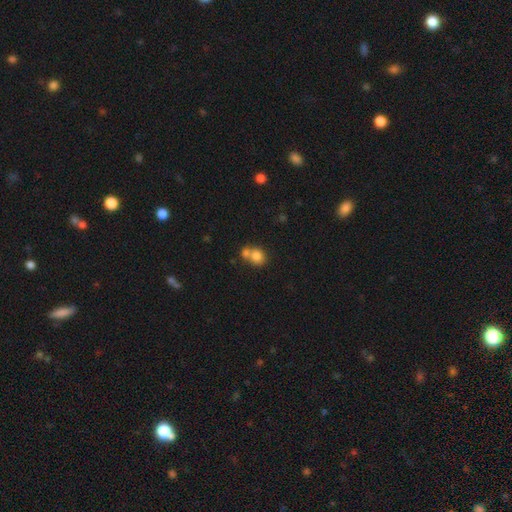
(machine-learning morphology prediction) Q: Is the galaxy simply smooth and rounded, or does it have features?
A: smooth — 81%.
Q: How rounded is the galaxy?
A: round — 72%.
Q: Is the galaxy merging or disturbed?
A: merger — 50%.